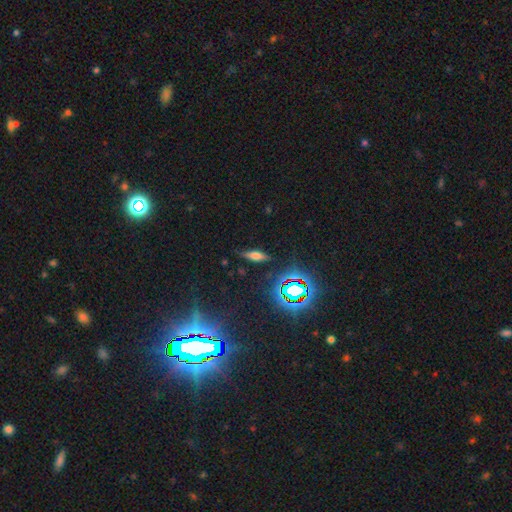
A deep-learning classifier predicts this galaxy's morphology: This appears to be a smooth galaxy with no disk features (46%). Merging: none (80%).